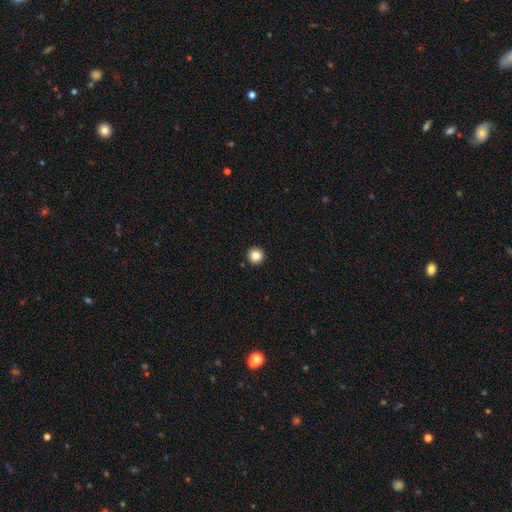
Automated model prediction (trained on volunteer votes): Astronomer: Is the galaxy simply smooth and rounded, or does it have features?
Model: smooth — 84%.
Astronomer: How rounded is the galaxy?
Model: round — 97%.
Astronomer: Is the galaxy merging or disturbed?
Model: none — 94%.